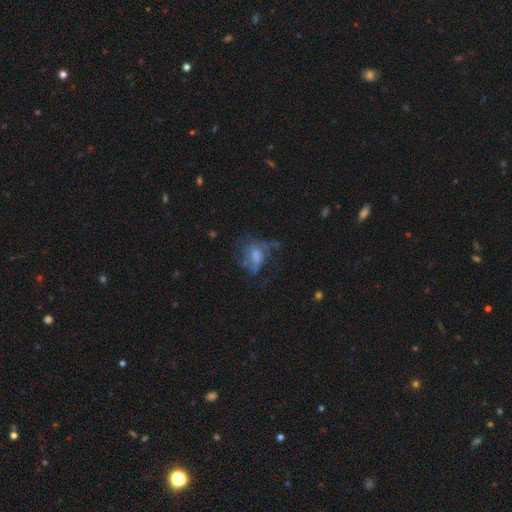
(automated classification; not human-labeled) A featured or disk galaxy (48%). Merging: major disturbance (46%).